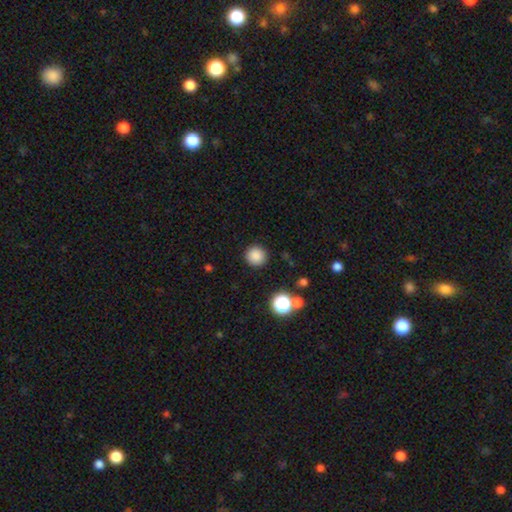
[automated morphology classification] Smooth or featured? smooth (85%)
How rounded? round (95%)
Merging? none (91%)